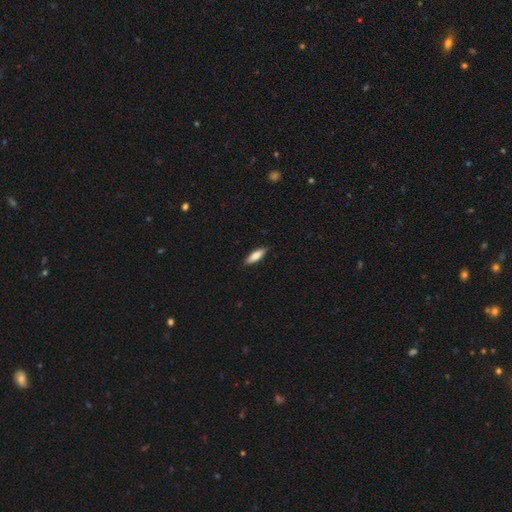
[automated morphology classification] A smooth galaxy with no disk features (75%) that is cigar-shaped (55%). Merging: none (88%).